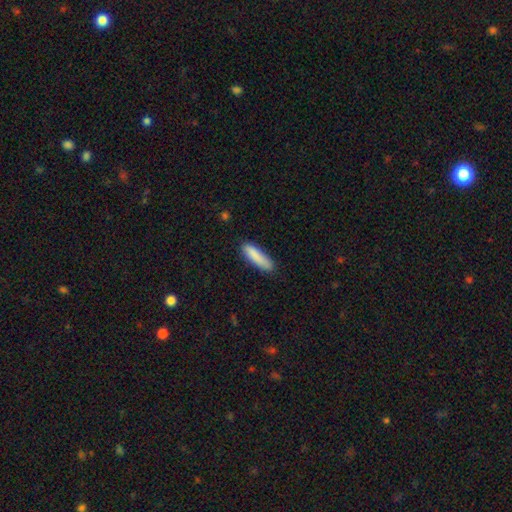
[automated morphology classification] type=smooth (87%); roundness=cigar-shaped (71%); merging=none (82%).